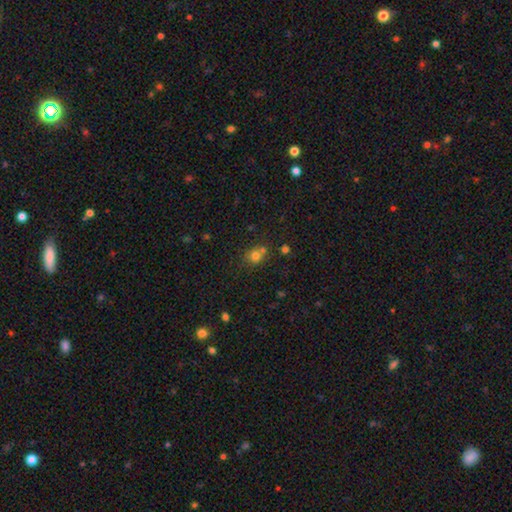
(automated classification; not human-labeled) smooth-or-featured: smooth: 73% | star or artifact: 18% | featured or disk: 9%
  how-rounded: round: 81% | in between: 18% | cigar-shaped: 1%
  merging: none: 56% | merger: 31% | minor disturbance: 9% | major disturbance: 3%